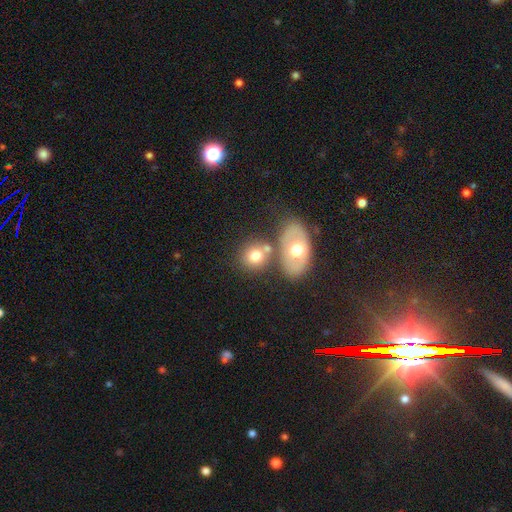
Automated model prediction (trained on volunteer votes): The model was most divided on "merging": none: 53%, merger: 31%, minor disturbance: 11%, major disturbance: 4%. More confident: smooth or featured — smooth (69%); how rounded — round (65%).